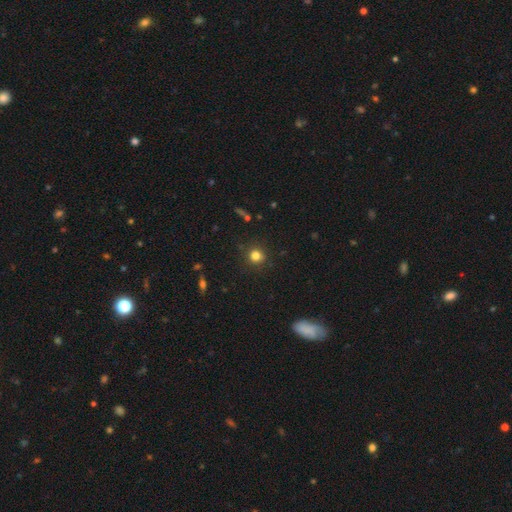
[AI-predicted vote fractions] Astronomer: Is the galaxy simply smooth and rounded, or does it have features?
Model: smooth — 80%.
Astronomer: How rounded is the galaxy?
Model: round — 90%.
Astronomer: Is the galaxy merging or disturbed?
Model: none — 89%.